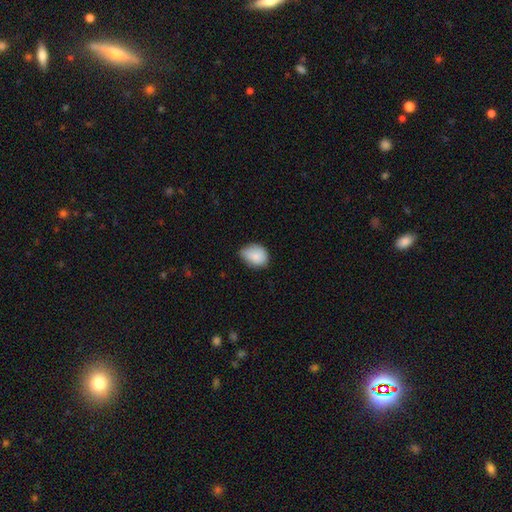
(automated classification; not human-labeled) Smooth or featured? Predicted: smooth (p=0.86). How rounded? Predicted: in between (p=0.66). Merging? Predicted: none (p=0.53).